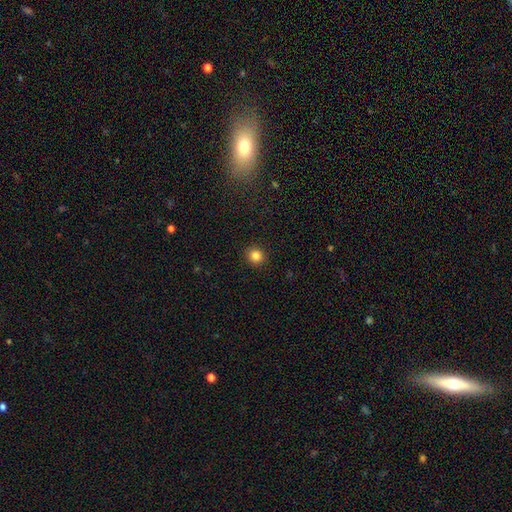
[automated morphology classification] This is clearly a smooth galaxy (84%). How rounded: clearly round (91%). Merging: clearly none (92%).